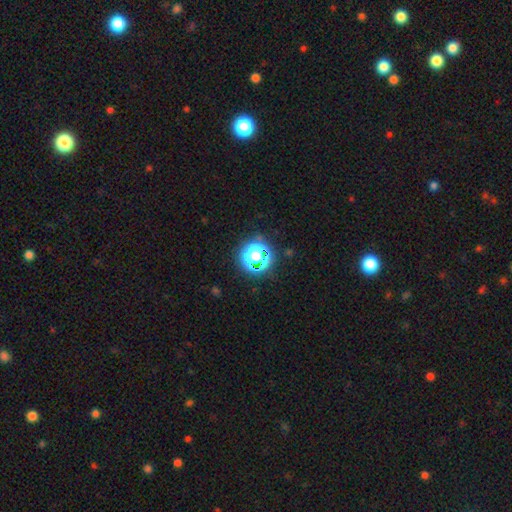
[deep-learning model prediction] smooth-or-featured: star or artifact: 44% (tied) | smooth: 44% (tied) | featured or disk: 12%